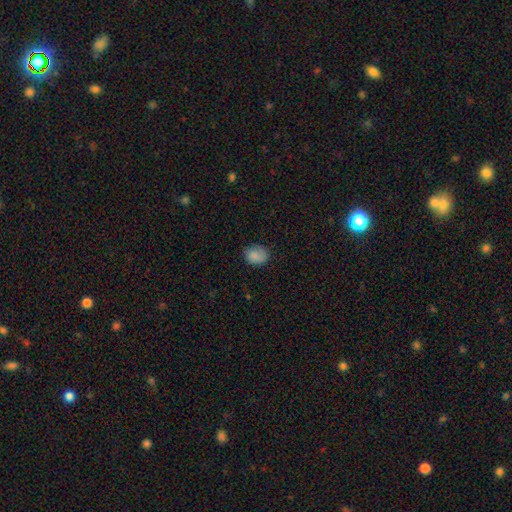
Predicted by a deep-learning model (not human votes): Overall: smooth (84%). How rounded: round (52%; in between 47%). Merging: none (75%).